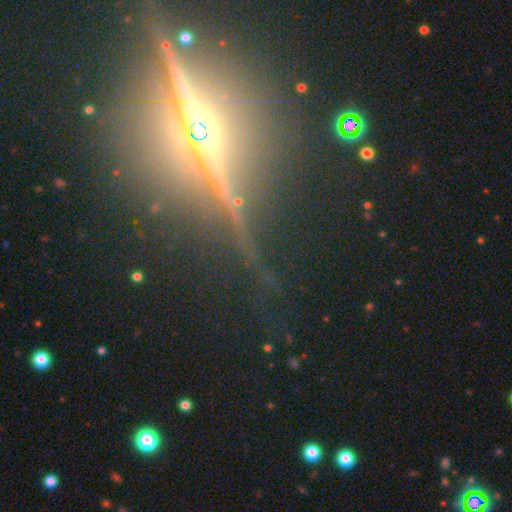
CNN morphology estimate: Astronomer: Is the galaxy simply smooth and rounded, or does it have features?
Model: featured or disk — 46%, tied with star or artifact at 46%.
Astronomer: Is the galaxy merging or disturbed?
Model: none — 83%.